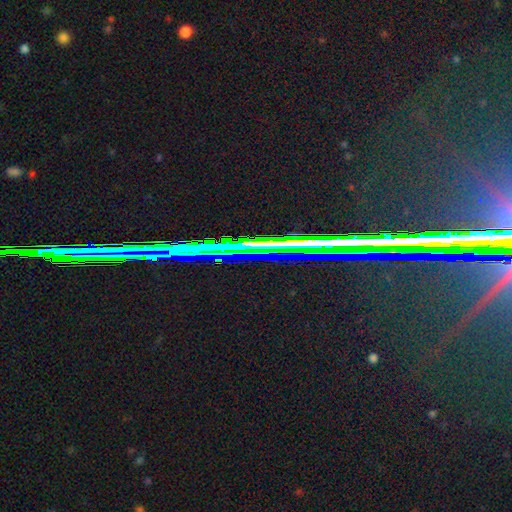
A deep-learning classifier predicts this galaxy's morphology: This is likely a star or artifact rather than a galaxy (77%).